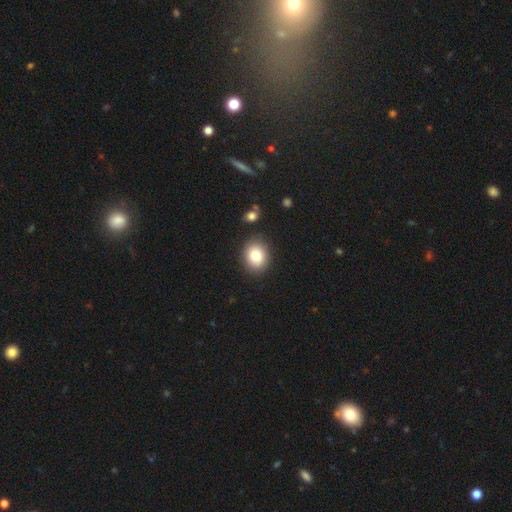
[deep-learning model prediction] smooth-or-featured: smooth: 83% | star or artifact: 9% | featured or disk: 8%
  how-rounded: round: 58% | in between: 41% | cigar-shaped: 1%
  merging: none: 85% | minor disturbance: 9% | merger: 3% | major disturbance: 3%